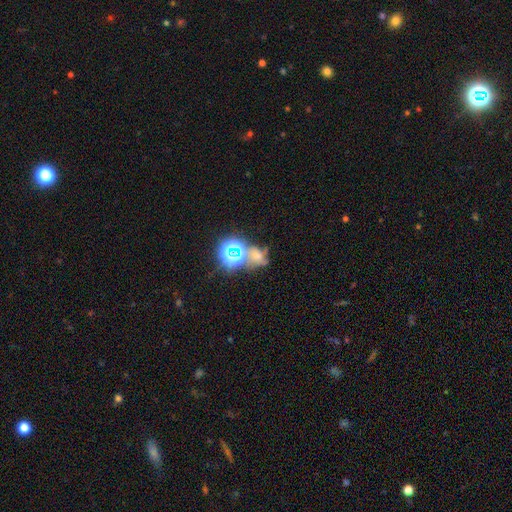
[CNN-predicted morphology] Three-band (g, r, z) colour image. It shows a star or artifact, not a galaxy (47%).